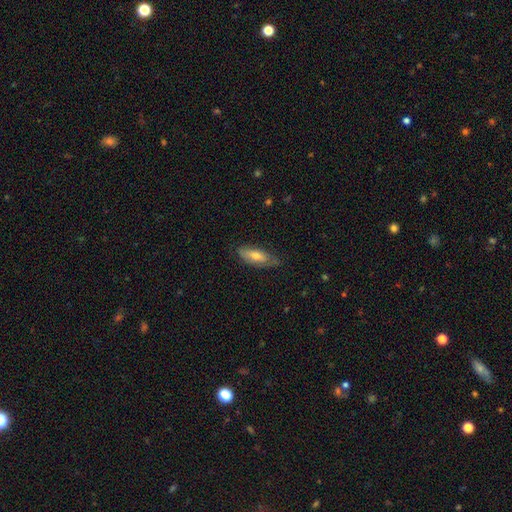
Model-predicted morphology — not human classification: smooth-or-featured: smooth: 56% | featured or disk: 37% | star or artifact: 7%
  how-rounded: in between: 72% | cigar-shaped: 26% | round: 2%
  merging: none: 70% | minor disturbance: 24% | major disturbance: 5% | merger: 1%